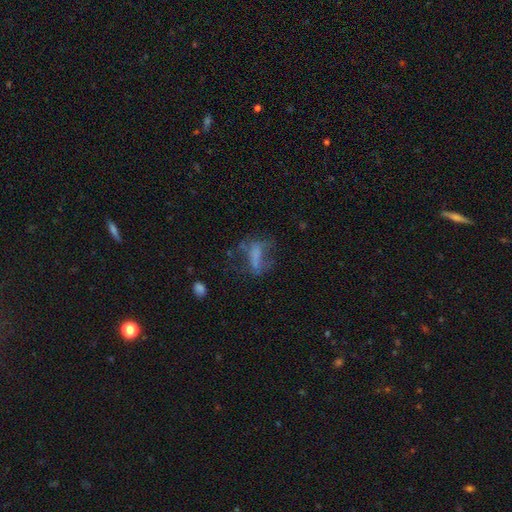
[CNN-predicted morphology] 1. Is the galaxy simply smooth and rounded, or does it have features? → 42% smooth, 41% featured or disk, 17% star or artifact.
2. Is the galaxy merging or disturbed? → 38% none, 37% major disturbance, 20% minor disturbance, 6% merger.